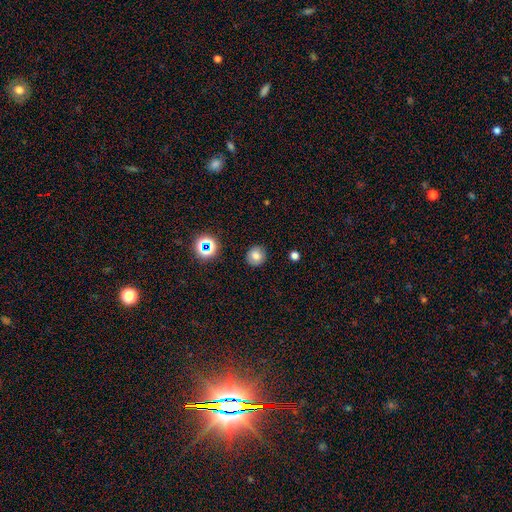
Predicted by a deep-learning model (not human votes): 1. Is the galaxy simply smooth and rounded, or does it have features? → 74% smooth, 14% star or artifact, 12% featured or disk.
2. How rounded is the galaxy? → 87% round, 12% in between, 1% cigar-shaped.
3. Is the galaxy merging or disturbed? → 87% none, 9% minor disturbance, 3% major disturbance, 1% merger.